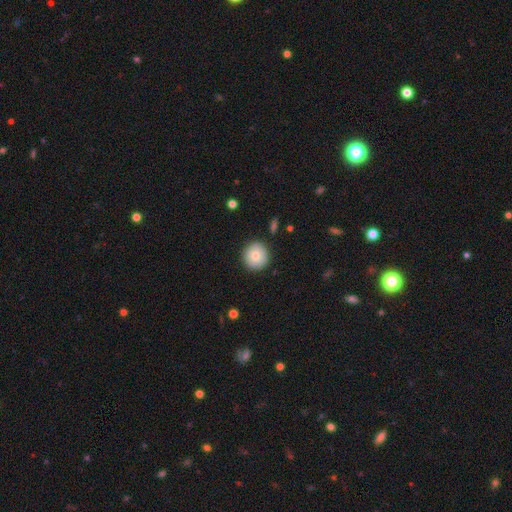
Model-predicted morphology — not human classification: Smooth or featured? smooth (76%)
How rounded? round (94%)
Merging? none (88%)